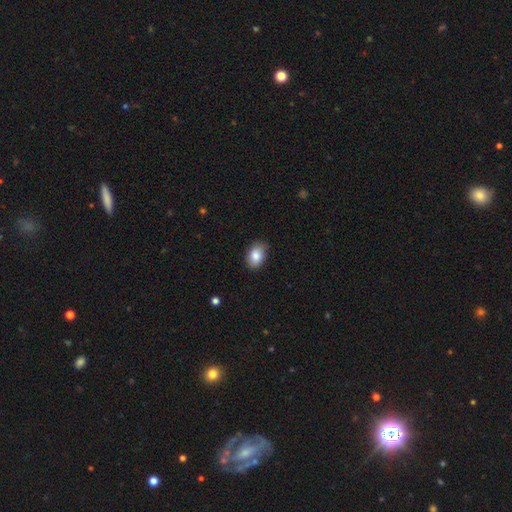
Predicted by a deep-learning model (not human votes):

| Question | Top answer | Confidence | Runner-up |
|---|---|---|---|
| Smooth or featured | smooth | 85% | featured or disk (8%) |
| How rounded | in between | 82% | round (17%) |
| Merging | none | 79% | minor disturbance (18%) |